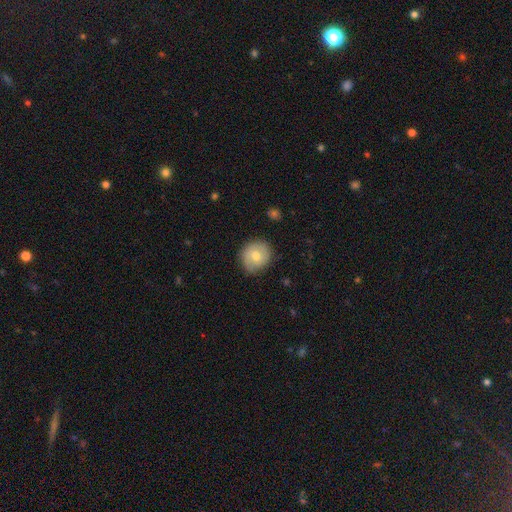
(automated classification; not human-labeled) Smooth or featured? smooth (67%)
How rounded? round (83%)
Merging? none (78%)